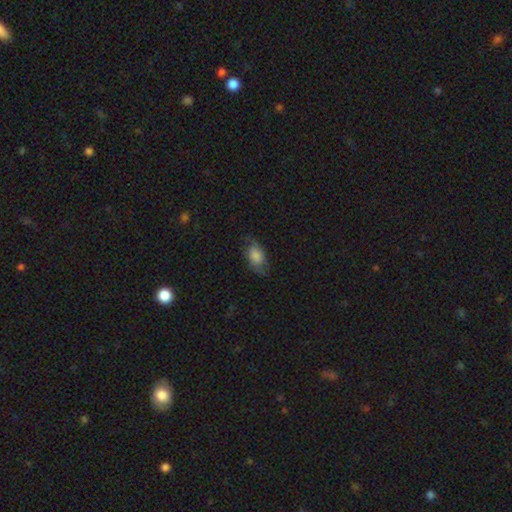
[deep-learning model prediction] Smooth or featured: smooth — 61% (featured or disk — 30%)
How rounded: in between — 86% (round — 11%)
Merging: none — 66% (minor disturbance — 23%)